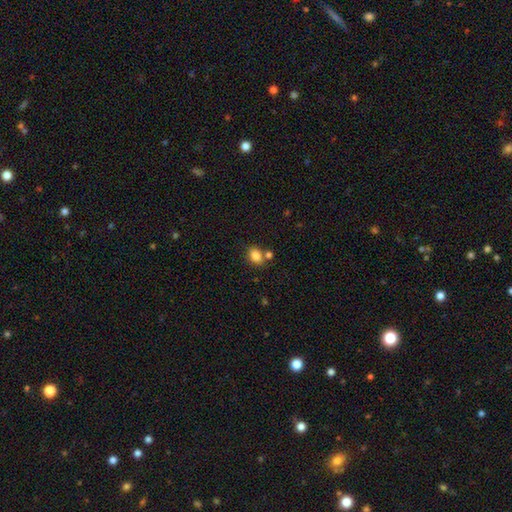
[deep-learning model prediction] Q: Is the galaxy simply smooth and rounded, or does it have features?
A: smooth — 84%.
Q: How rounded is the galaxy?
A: in between — 64%.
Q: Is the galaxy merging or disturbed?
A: none — 64%.